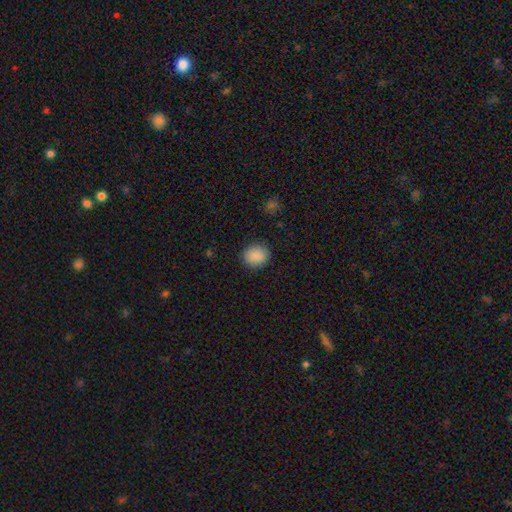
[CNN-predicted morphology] A smooth galaxy with no disk features (89%) that is round (72%). Merging: none (88%).